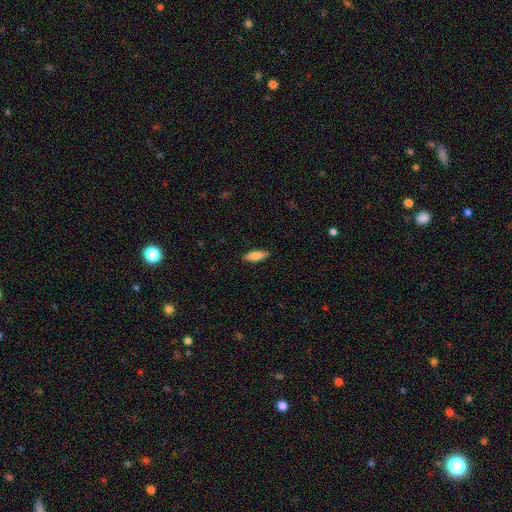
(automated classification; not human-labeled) Q: Smooth or featured?
A: smooth (78%); runner-up: featured or disk (16%)
Q: How rounded?
A: in between (56%); runner-up: cigar-shaped (42%)
Q: Merging?
A: none (90%); runner-up: minor disturbance (7%)